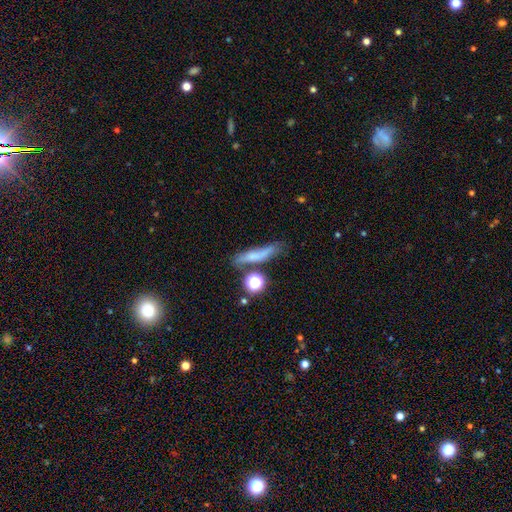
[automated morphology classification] This appears to be a smooth galaxy with no disk features (60%) that is cigar-shaped (70%). Merging: none (59%).